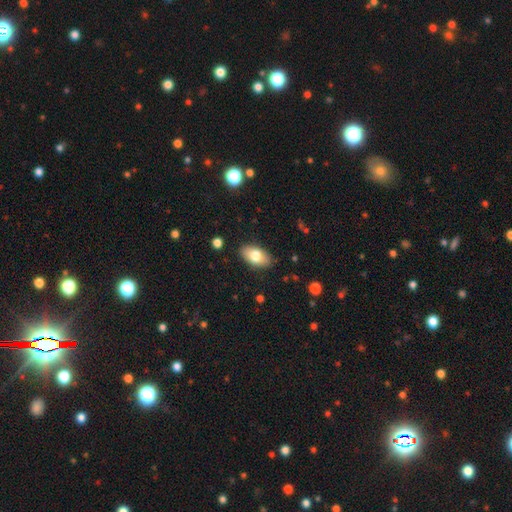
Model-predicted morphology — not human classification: Smooth or featured: smooth — 75% (featured or disk — 18%)
How rounded: in between — 92% (round — 5%)
Merging: none — 86% (minor disturbance — 10%)